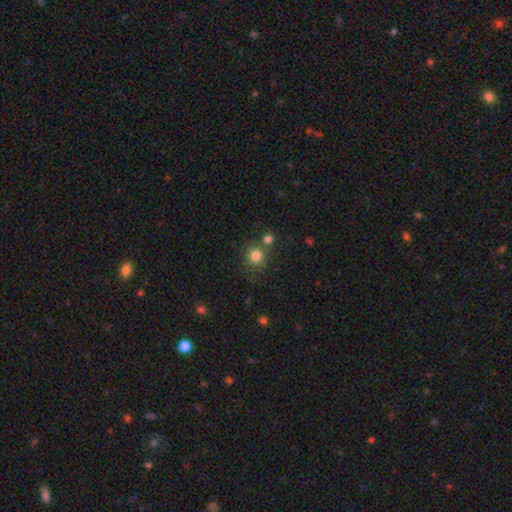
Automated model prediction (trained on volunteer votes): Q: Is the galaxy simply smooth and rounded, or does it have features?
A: smooth — 80%.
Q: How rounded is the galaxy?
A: round — 86%.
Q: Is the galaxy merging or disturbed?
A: none — 66%.